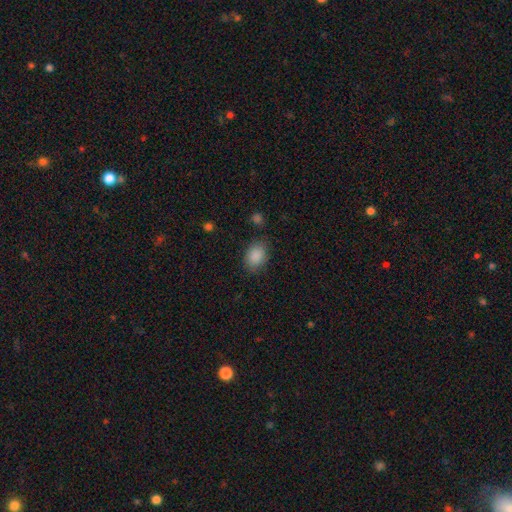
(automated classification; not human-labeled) smooth-or-featured: smooth: 88% | star or artifact: 8% | featured or disk: 4%
  how-rounded: in between: 71% | round: 28% | cigar-shaped: 1%
  merging: none: 80% | minor disturbance: 13% | major disturbance: 4% | merger: 2%